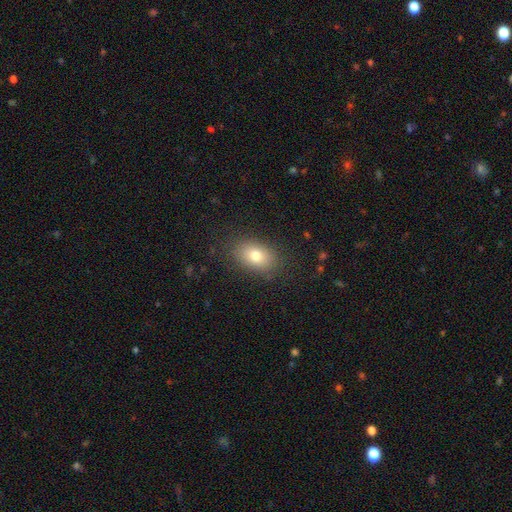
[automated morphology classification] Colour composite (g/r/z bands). It shows a smooth galaxy with no disk features (78%) that is in between round and cigar-shaped (85%). Merging: none (85%).